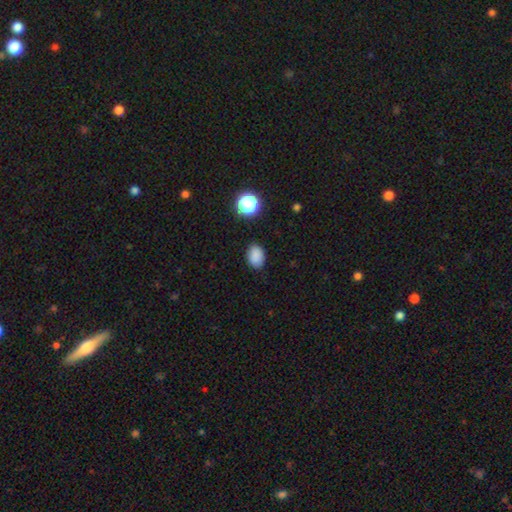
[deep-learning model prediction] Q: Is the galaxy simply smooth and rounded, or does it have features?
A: smooth — 86%.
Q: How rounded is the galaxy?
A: in between — 78%.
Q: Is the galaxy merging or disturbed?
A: none — 83%.